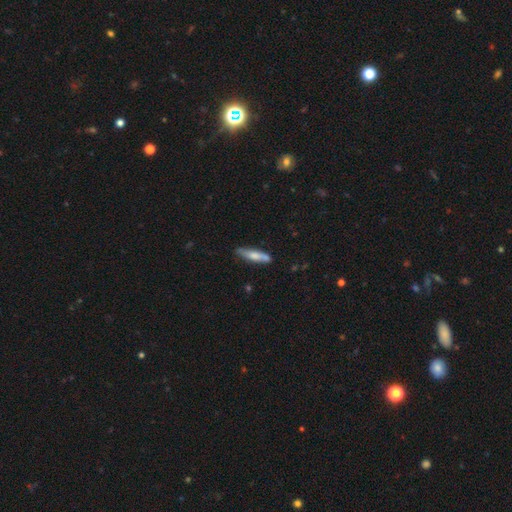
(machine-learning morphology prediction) smooth_or_featured: smooth (p=0.63) [alt: featured or disk p=0.32]
how_rounded: cigar-shaped (p=0.81) [alt: in between p=0.17]
merging: none (p=0.76) [alt: minor disturbance p=0.17]